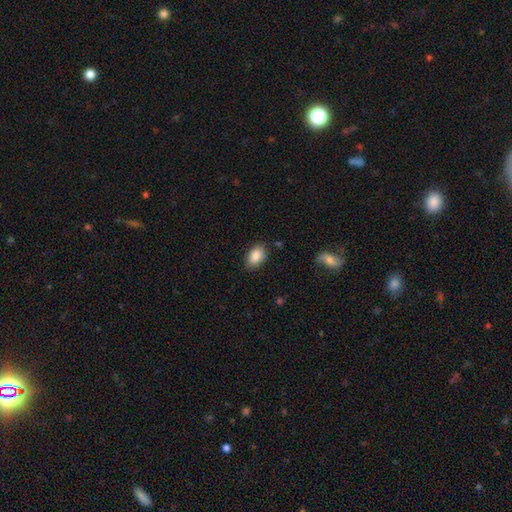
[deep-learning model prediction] Smooth or featured? Predicted: smooth (p=0.87). How rounded? Predicted: in between (p=0.89). Merging? Predicted: none (p=0.82).